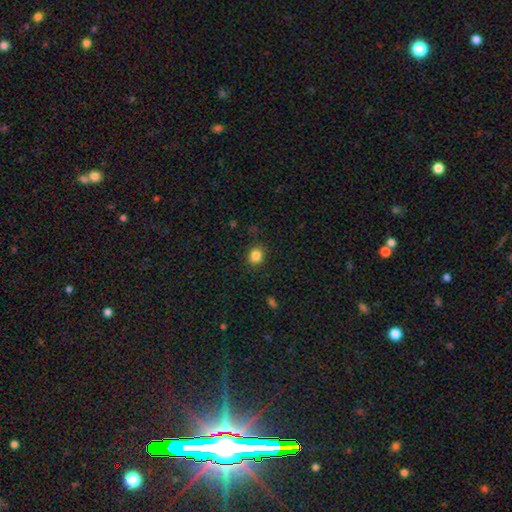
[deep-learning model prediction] Q: Smooth or featured?
A: smooth (85%); runner-up: star or artifact (11%)
Q: How rounded?
A: round (75%); runner-up: in between (24%)
Q: Merging?
A: none (87%); runner-up: minor disturbance (9%)